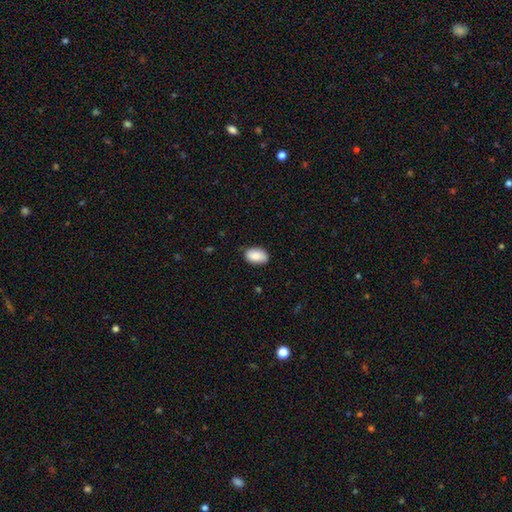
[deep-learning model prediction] Morphology: type=smooth (88%); roundness=in between (91%); merging=none (82%).